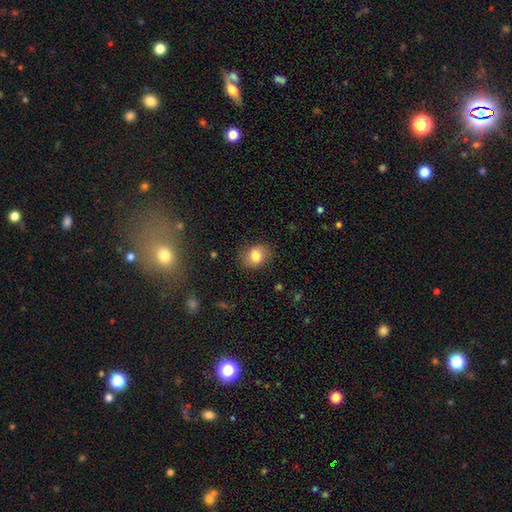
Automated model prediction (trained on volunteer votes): A smooth galaxy with no disk features (81%) that is round (54%). Merging: none (80%).